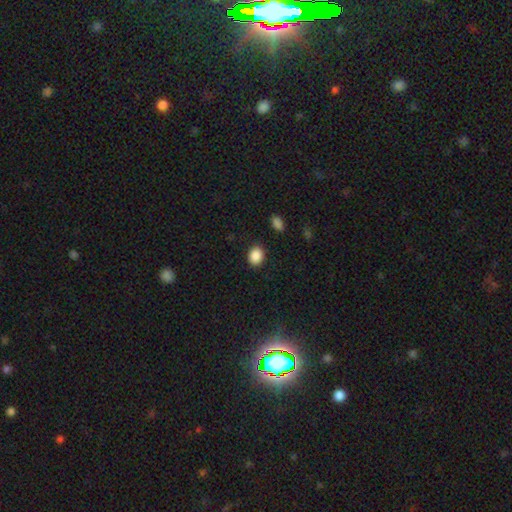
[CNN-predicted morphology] This is clearly a smooth galaxy (88%). How rounded: possibly in between (52%). Merging: clearly none (89%).